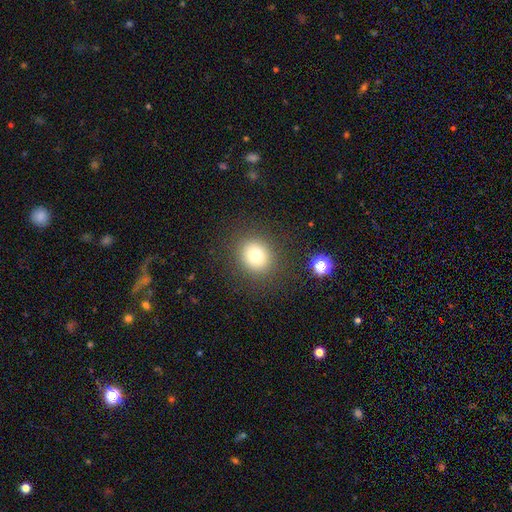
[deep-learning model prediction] The model was most divided on "smooth or featured": smooth: 76%, star or artifact: 14%, featured or disk: 9%. More confident: merging — none (87%); how rounded — round (81%).